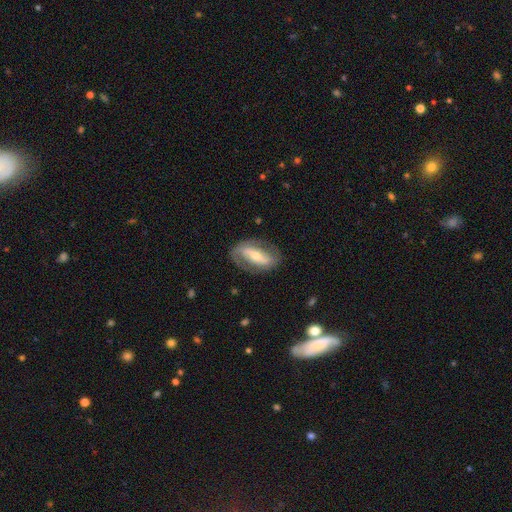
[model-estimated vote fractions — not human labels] The model was most divided on "spiral winding": medium: 40%, tight: 35%, loose: 25%. More confident: edge-on disk — no (90%); spiral arm count — 2 (81%); merging — none (79%); smooth or featured — featured or disk (75%); spiral arms — yes (74%); bar — strong (61%); bulge size — moderate (52%).